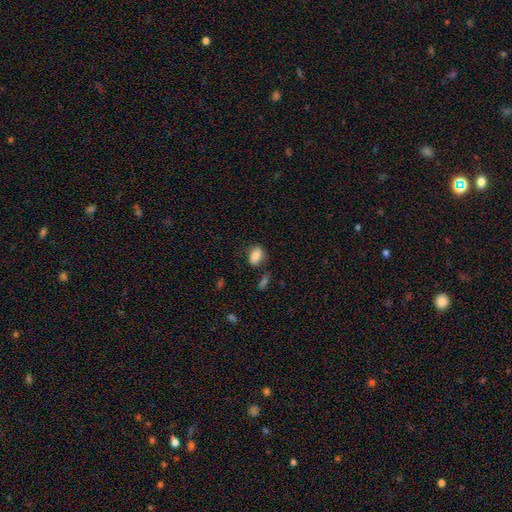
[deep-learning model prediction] Q: Smooth or featured?
A: smooth (83%); runner-up: star or artifact (9%)
Q: How rounded?
A: in between (84%); runner-up: round (14%)
Q: Merging?
A: none (68%); runner-up: minor disturbance (20%)